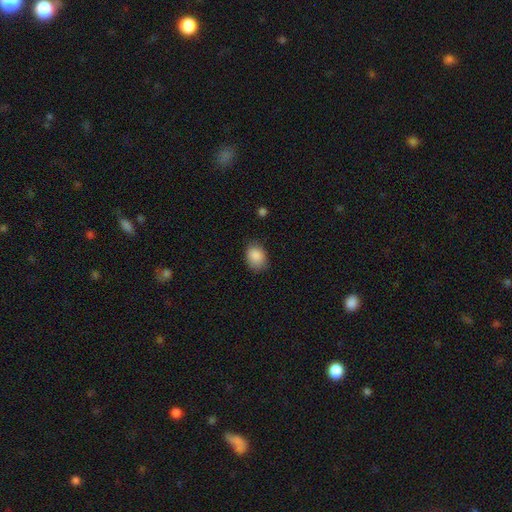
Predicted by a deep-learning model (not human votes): This is clearly a smooth galaxy (88%). How rounded: likely in between (64%). Merging: likely none (76%).